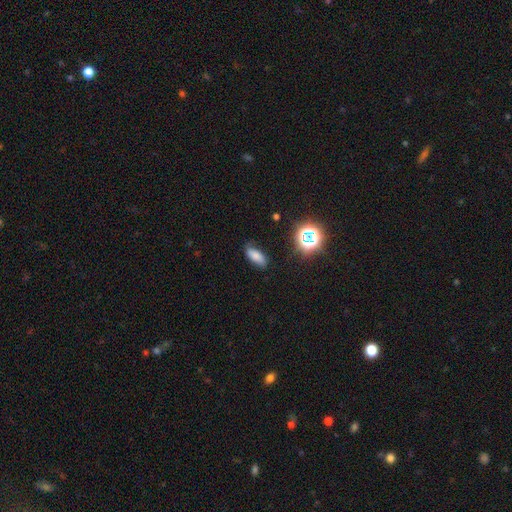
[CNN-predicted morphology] Smooth or featured? Predicted: smooth (p=0.72). How rounded? Predicted: in between (p=0.75). Merging? Predicted: none (p=0.75).